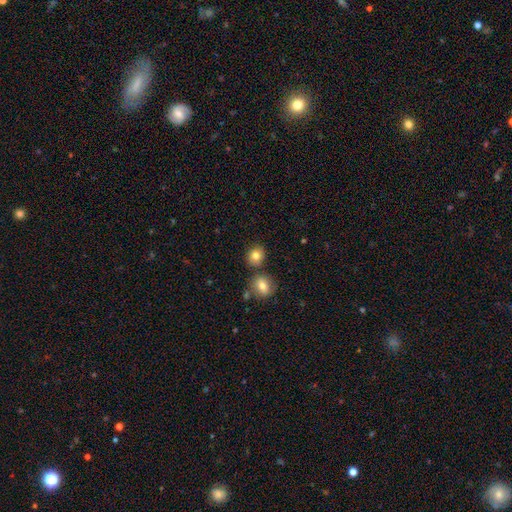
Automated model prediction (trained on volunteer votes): Smooth or featured? smooth (81%)
How rounded? round (76%)
Merging? none (73%)